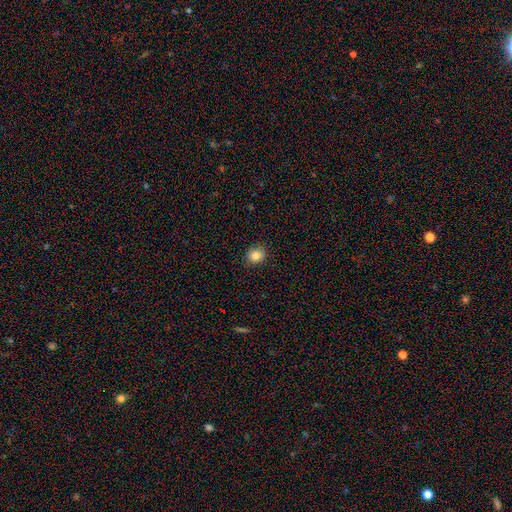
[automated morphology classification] smooth-or-featured: smooth: 83% | star or artifact: 11% | featured or disk: 6%
  how-rounded: round: 73% | in between: 26% | cigar-shaped: 1%
  merging: none: 88% | minor disturbance: 9% | major disturbance: 2% | merger: 1%